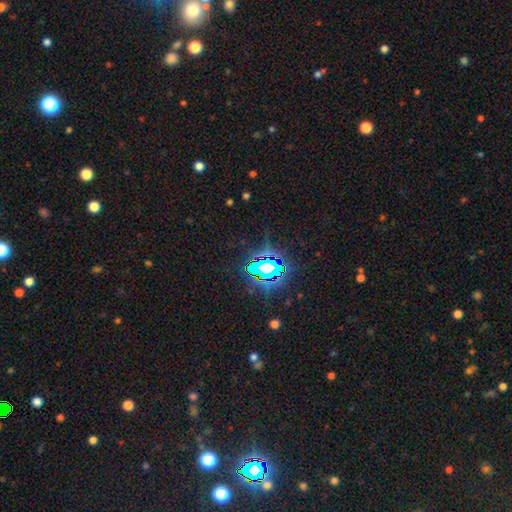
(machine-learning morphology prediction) Smooth or featured? star or artifact (83%)